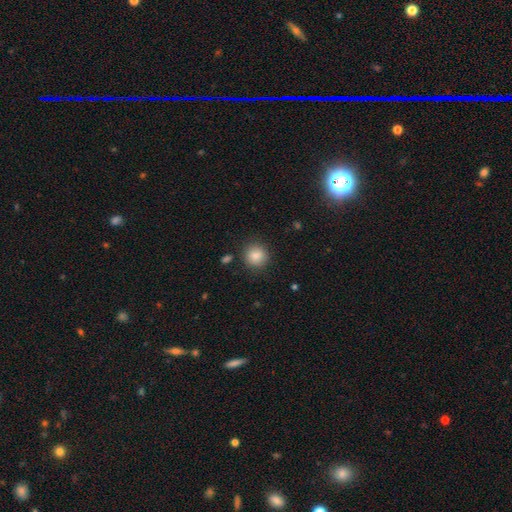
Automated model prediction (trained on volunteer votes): smooth_or_featured: smooth (p=0.86) [alt: star or artifact p=0.09]
how_rounded: round (p=0.90) [alt: in between p=0.09]
merging: none (p=0.87) [alt: minor disturbance p=0.09]